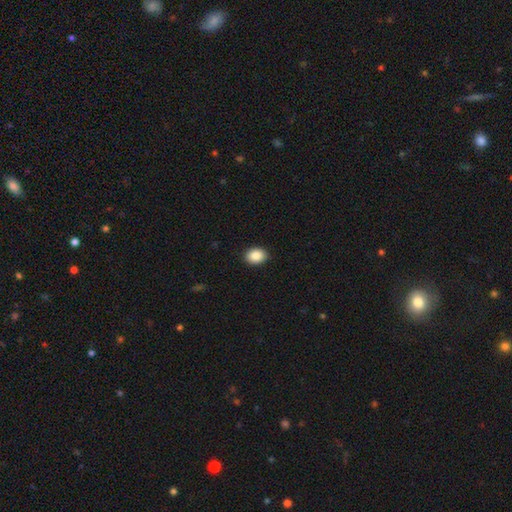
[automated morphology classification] Smooth or featured? Predicted: smooth (p=0.88). How rounded? Predicted: in between (p=0.64). Merging? Predicted: none (p=0.91).